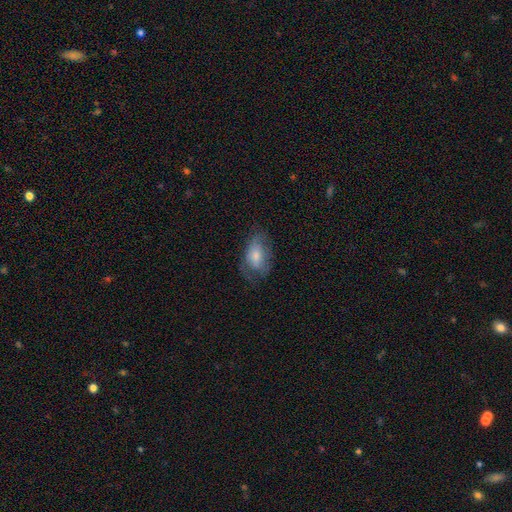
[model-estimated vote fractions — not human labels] smooth 64%, featured or disk 28%, star or artifact 8%. Down the decision tree: how rounded — in between (89%); merging — none (48%).